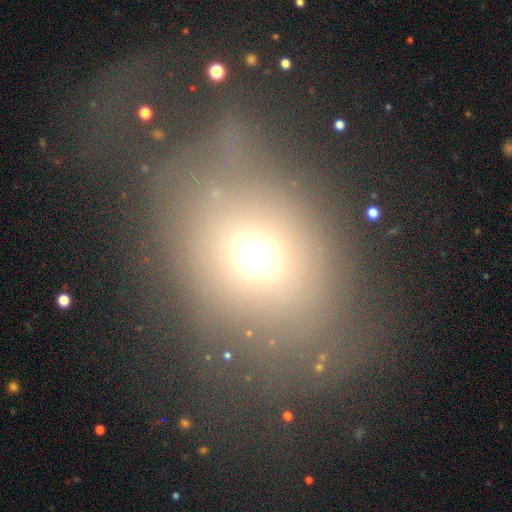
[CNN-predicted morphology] smooth 61%, star or artifact 22%, featured or disk 17%. Down the decision tree: how rounded — round (52%); merging — none (48%).